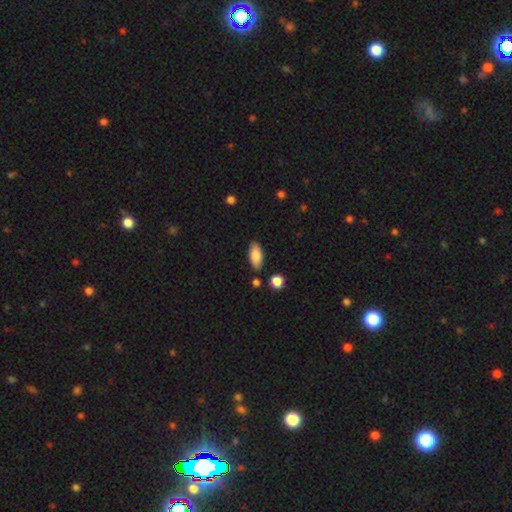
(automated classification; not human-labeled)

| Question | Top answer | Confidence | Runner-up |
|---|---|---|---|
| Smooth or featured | smooth | 85% | featured or disk (8%) |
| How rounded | in between | 85% | cigar-shaped (13%) |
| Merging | none | 83% | minor disturbance (11%) |